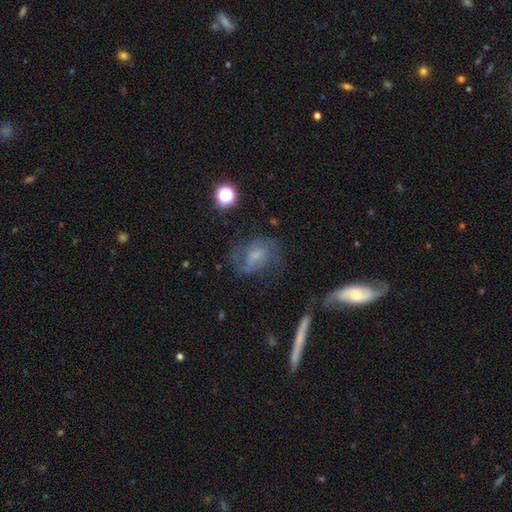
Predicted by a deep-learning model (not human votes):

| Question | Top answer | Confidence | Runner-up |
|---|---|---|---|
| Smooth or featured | featured or disk | 55% | smooth (32%) |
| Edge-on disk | no | 95% | yes (5%) |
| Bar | no | 56% | weak (36%) |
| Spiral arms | yes | 76% | no (24%) |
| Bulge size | small | 38% | none (28%) |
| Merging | none | 52% | major disturbance (22%) |